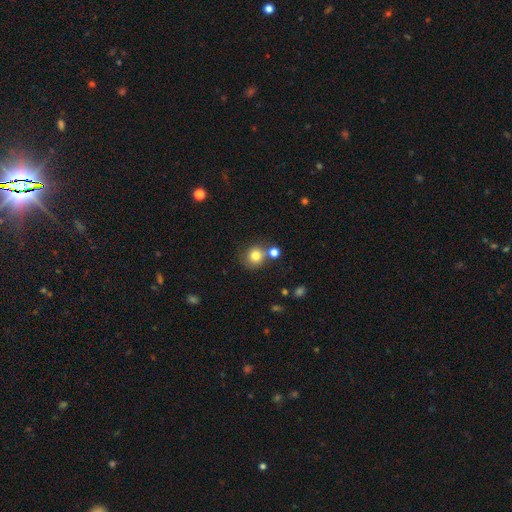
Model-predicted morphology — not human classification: The model was most divided on "merging": none: 61%, merger: 23%, minor disturbance: 12%, major disturbance: 5%. More confident: how rounded — round (87%); smooth or featured — smooth (80%).